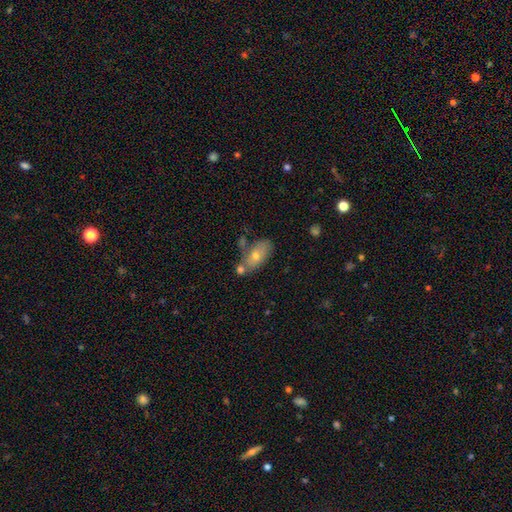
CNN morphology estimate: A smooth galaxy with no disk features (57%) that is in between round and cigar-shaped (86%).

Vote fractions:
- Smooth or featured? smooth: 57% / featured or disk: 33% / star or artifact: 10%
- How rounded? in between: 86% / cigar-shaped: 8% / round: 6%
- Merging? none: 58% / merger: 19% / minor disturbance: 17% / major disturbance: 6%